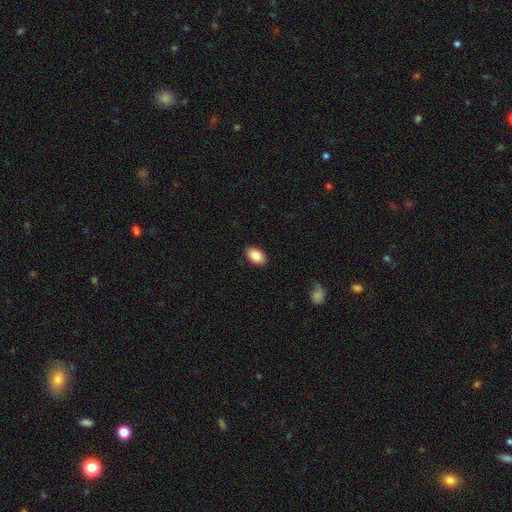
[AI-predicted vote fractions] Smooth or featured: smooth — 86% (star or artifact — 7%)
How rounded: in between — 91% (round — 8%)
Merging: none — 89% (minor disturbance — 8%)